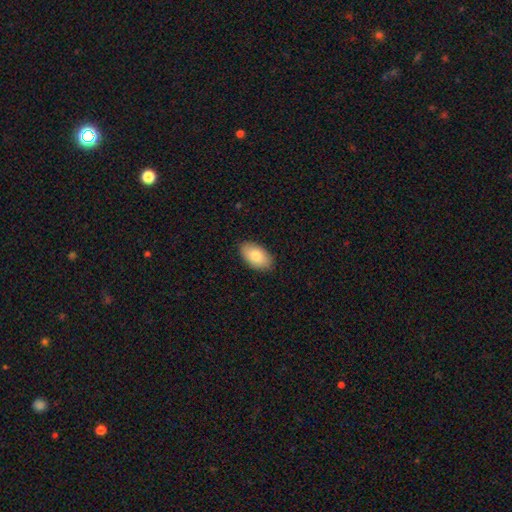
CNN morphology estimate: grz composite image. It shows a smooth galaxy with no disk features (82%) that is in between round and cigar-shaped (95%). Merging: none (87%).